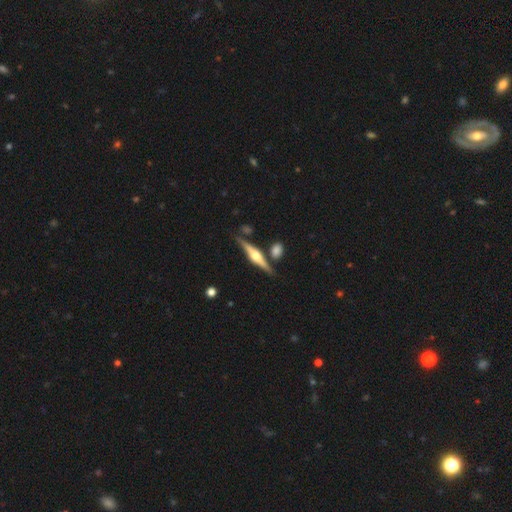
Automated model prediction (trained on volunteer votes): This is likely a featured or disk galaxy (79%). It is clearly viewed edge-on (98%). Edge-on bulge: clearly rounded (92%). Merging: clearly none (81%).